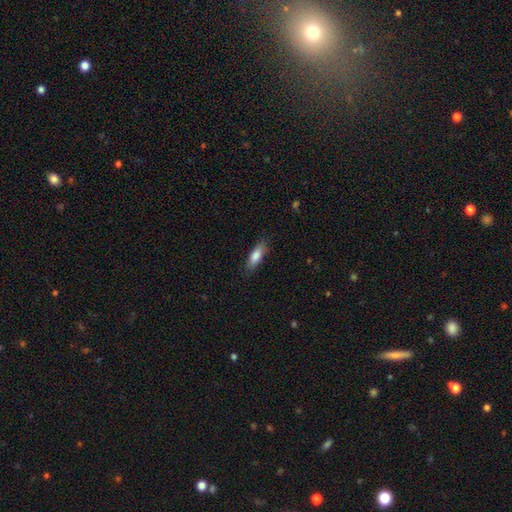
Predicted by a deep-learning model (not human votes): smooth 81%, featured or disk 13%, star or artifact 6%. Down the decision tree: how rounded — in between (58%); merging — none (82%).